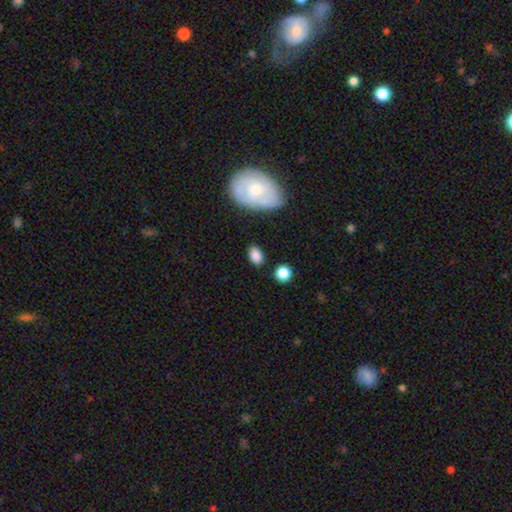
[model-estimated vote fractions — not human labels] Smooth or featured? Predicted: smooth (p=0.85). How rounded? Predicted: in between (p=0.83). Merging? Predicted: none (p=0.80).